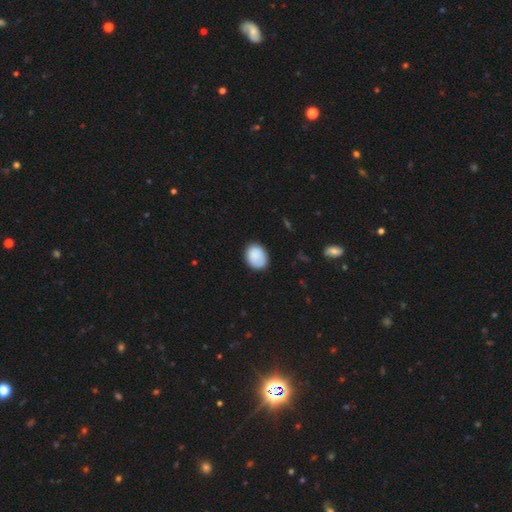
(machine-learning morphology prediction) The model was most divided on "how rounded": in between: 58%, round: 41%, cigar-shaped: 1%. More confident: smooth or featured — smooth (88%); merging — none (81%).